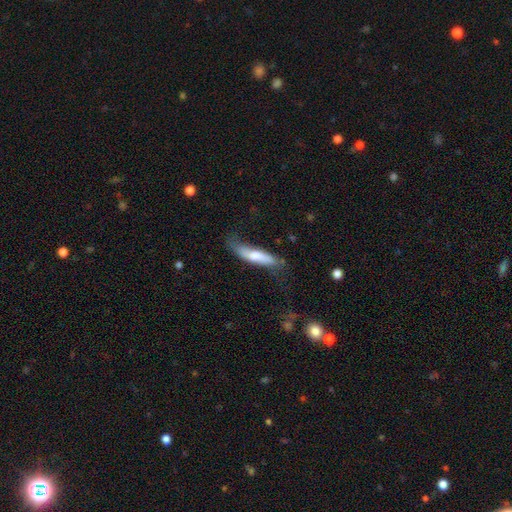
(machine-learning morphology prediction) smooth_or_featured: smooth (p=0.63) [alt: featured or disk p=0.32]
how_rounded: cigar-shaped (p=0.72) [alt: in between p=0.26]
merging: none (p=0.56) [alt: minor disturbance p=0.29]